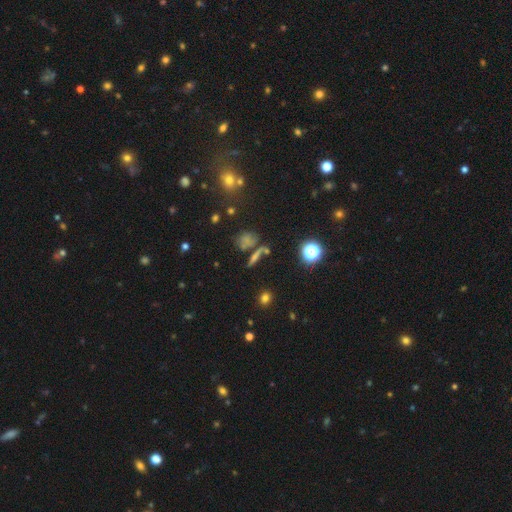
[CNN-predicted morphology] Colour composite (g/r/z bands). It shows a smooth galaxy with no disk features (45%). Merging: none (67%).